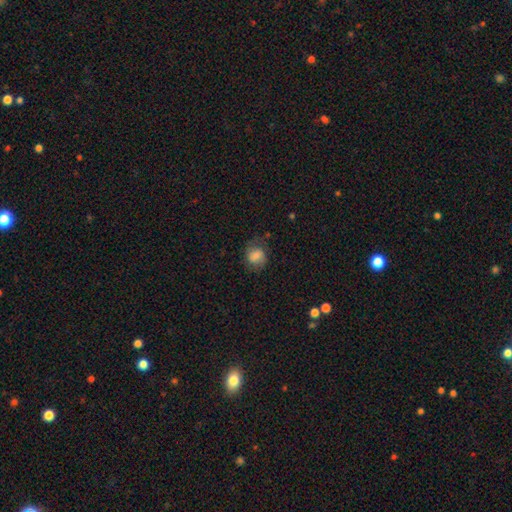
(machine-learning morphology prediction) This appears to be a smooth galaxy with no disk features (70%) that is round (57%). Merging: none (57%).